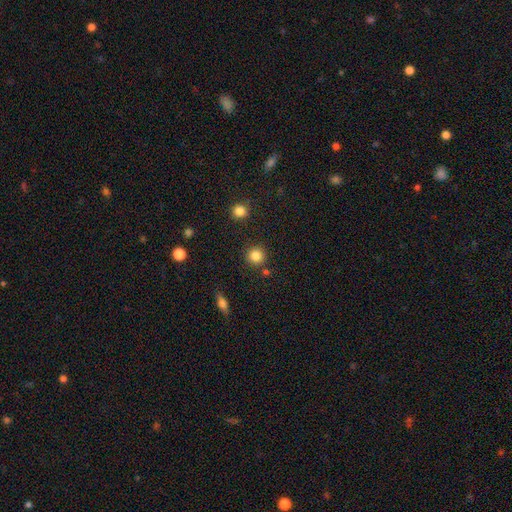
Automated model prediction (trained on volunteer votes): smooth-or-featured: smooth: 85% | star or artifact: 11% | featured or disk: 4%
  how-rounded: round: 93% | in between: 6% | cigar-shaped: 1%
  merging: none: 88% | minor disturbance: 6% | merger: 4% | major disturbance: 2%